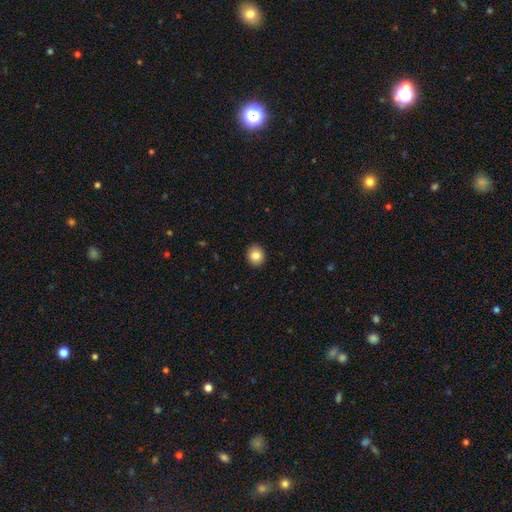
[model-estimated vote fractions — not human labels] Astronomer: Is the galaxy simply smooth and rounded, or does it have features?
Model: smooth — 84%.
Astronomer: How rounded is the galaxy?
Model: round — 78%.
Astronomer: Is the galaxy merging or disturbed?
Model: none — 92%.